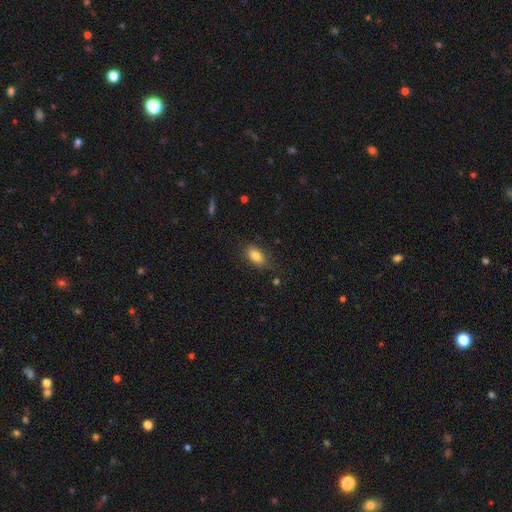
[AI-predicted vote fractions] Smooth or featured? Predicted: smooth (p=0.83). How rounded? Predicted: in between (p=0.86). Merging? Predicted: none (p=0.78).